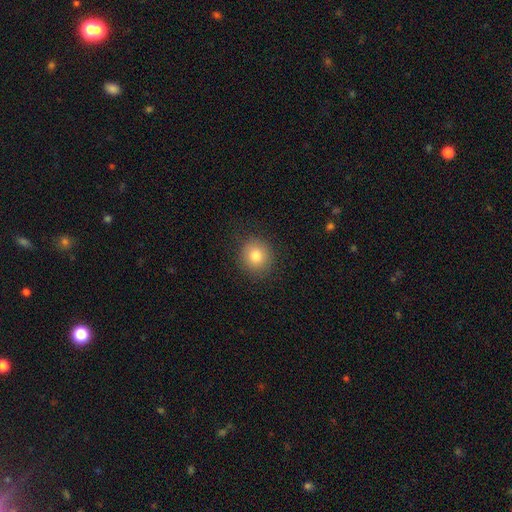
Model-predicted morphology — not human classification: Q: Smooth or featured?
A: smooth (80%); runner-up: star or artifact (11%)
Q: How rounded?
A: round (89%); runner-up: in between (10%)
Q: Merging?
A: none (88%); runner-up: minor disturbance (9%)